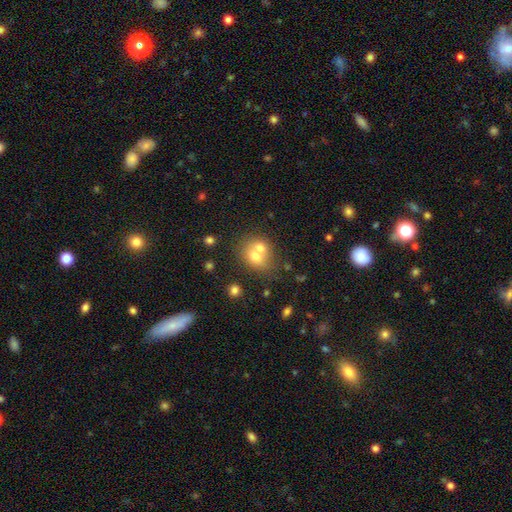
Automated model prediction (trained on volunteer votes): Overall: smooth (65%). How rounded: round (66%; in between 33%). Merging: merger (59%; none 30%).